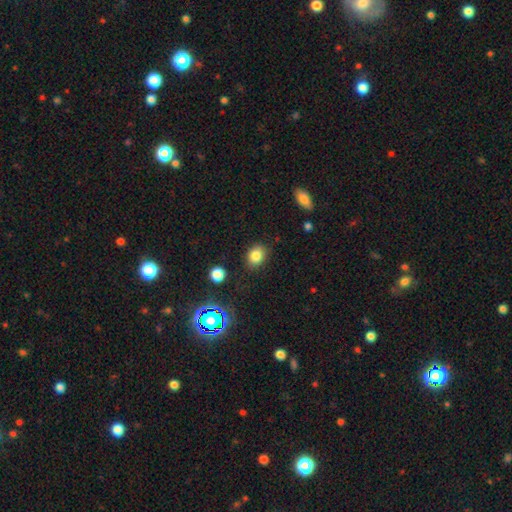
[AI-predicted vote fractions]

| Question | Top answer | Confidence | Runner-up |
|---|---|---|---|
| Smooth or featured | smooth | 81% | star or artifact (12%) |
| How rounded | in between | 54% | round (44%) |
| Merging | none | 80% | minor disturbance (14%) |